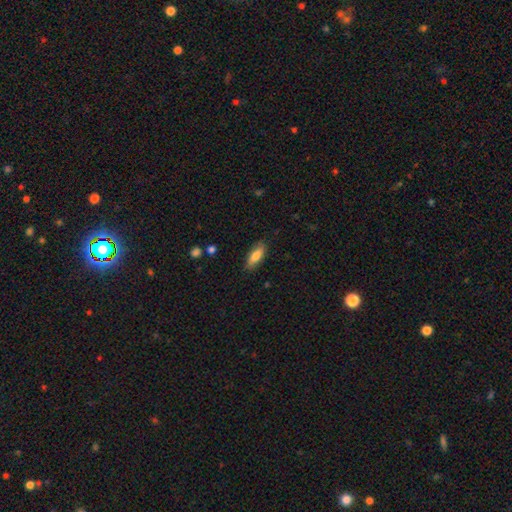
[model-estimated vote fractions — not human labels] Smooth or featured?
  - smooth: 78% *
  - featured or disk: 15%
  - star or artifact: 6%
How rounded?
  - in between: 68% *
  - cigar-shaped: 30%
  - round: 2%
Merging?
  - none: 83% *
  - minor disturbance: 13%
  - major disturbance: 2%
  - merger: 1%